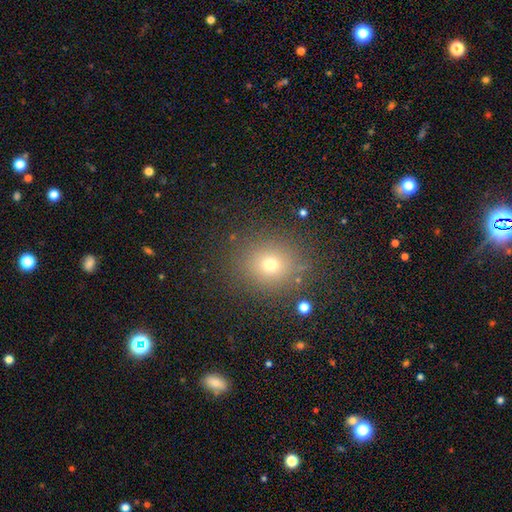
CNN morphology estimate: Smooth or featured: smooth — 59% (star or artifact — 31%)
How rounded: round — 77% (in between — 21%)
Merging: none — 88% (minor disturbance — 7%)